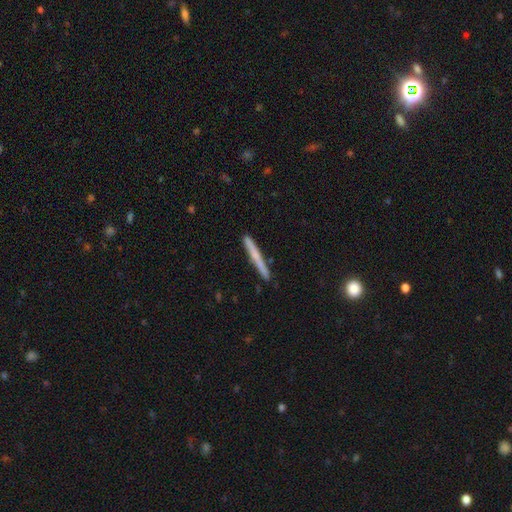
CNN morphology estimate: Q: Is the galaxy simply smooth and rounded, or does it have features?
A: smooth — 48%.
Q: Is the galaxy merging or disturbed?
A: none — 89%.